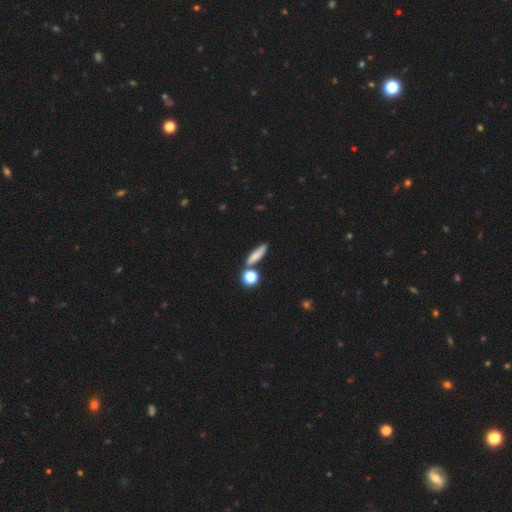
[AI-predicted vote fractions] Smooth or featured?
  - smooth: 75% *
  - featured or disk: 13%
  - star or artifact: 12%
How rounded?
  - cigar-shaped: 62% *
  - in between: 26%
  - round: 11%
Merging?
  - none: 72% *
  - minor disturbance: 13%
  - merger: 11%
  - major disturbance: 4%